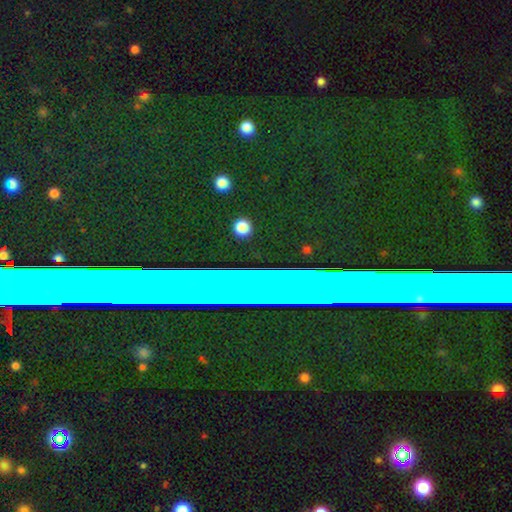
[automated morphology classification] Overall: star or artifact (74%).